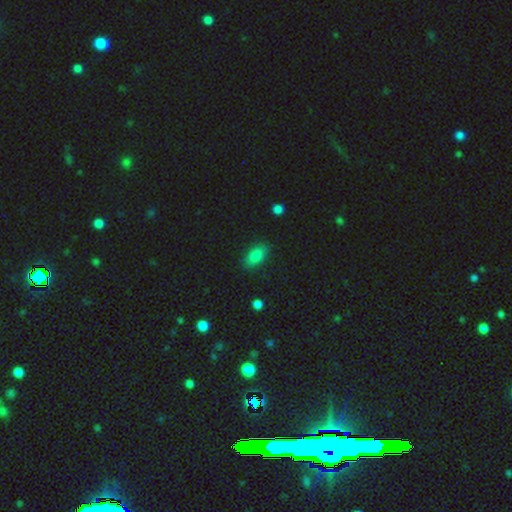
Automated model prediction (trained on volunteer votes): A smooth galaxy with no disk features (82%) that is in between round and cigar-shaped (88%).

Vote fractions:
- Smooth or featured? smooth: 82% / star or artifact: 11% / featured or disk: 8%
- How rounded? in between: 88% / round: 6% / cigar-shaped: 6%
- Merging? none: 86% / minor disturbance: 10% / major disturbance: 3% / merger: 1%